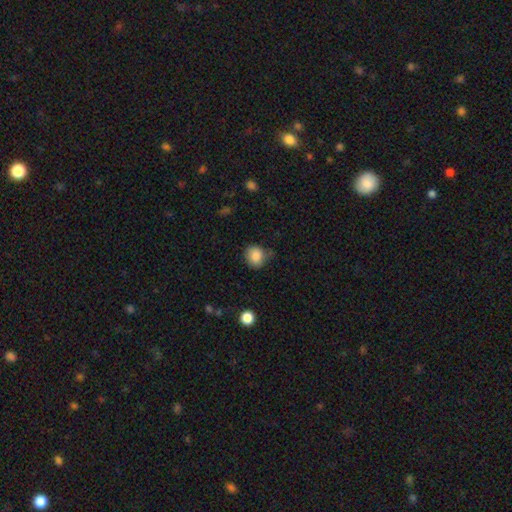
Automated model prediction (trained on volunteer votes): smooth-or-featured: smooth: 86% | star or artifact: 9% | featured or disk: 5%
  how-rounded: round: 79% | in between: 20% | cigar-shaped: 1%
  merging: none: 66% | minor disturbance: 25% | major disturbance: 6% | merger: 3%